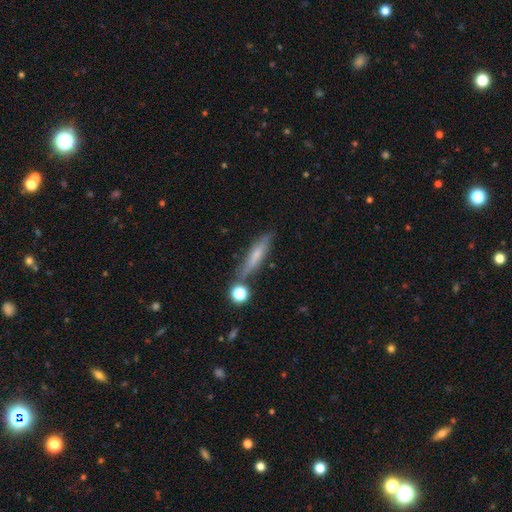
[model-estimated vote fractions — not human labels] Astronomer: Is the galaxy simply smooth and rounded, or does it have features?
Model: smooth — 53% (runner-up: featured or disk, 39%).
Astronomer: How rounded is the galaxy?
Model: cigar-shaped — 83%.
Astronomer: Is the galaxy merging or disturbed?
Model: none — 70%.